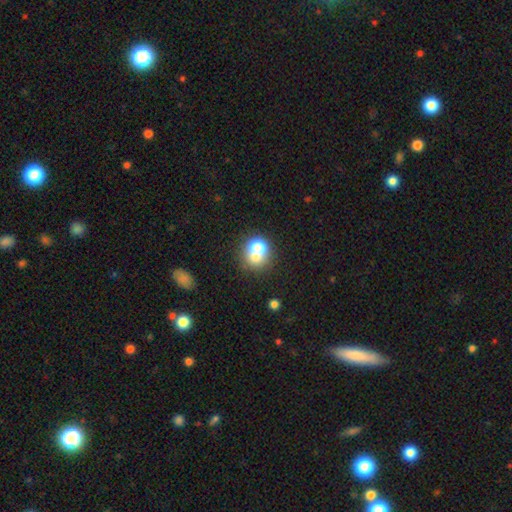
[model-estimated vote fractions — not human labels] A smooth galaxy with no disk features (67%) that is round (78%). Merging: merger (54%).